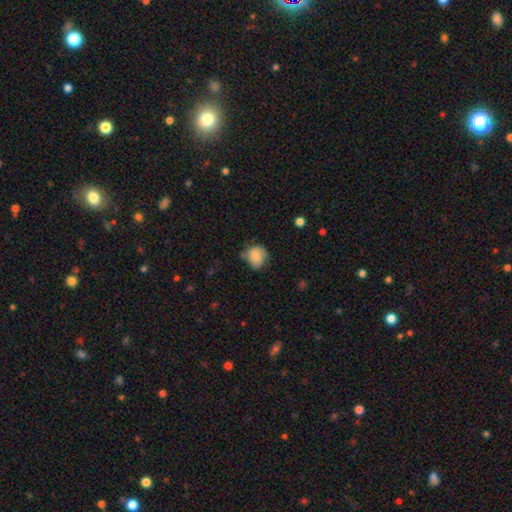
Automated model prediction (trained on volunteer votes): Morphology: type=smooth (79%); roundness=round (70%); merging=none (57%).